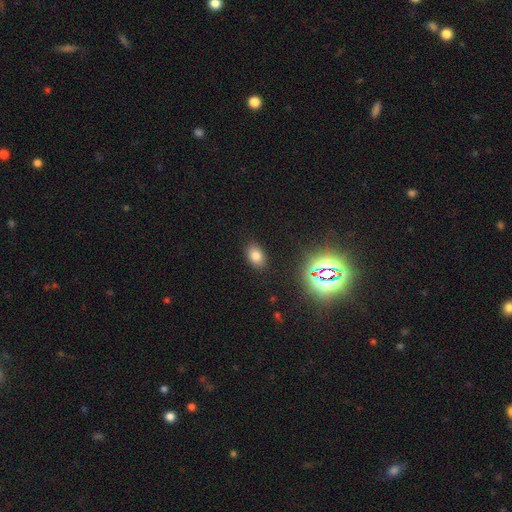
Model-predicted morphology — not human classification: Q: Smooth or featured?
A: smooth (75%); runner-up: star or artifact (17%)
Q: How rounded?
A: in between (83%); runner-up: round (16%)
Q: Merging?
A: none (87%); runner-up: minor disturbance (9%)